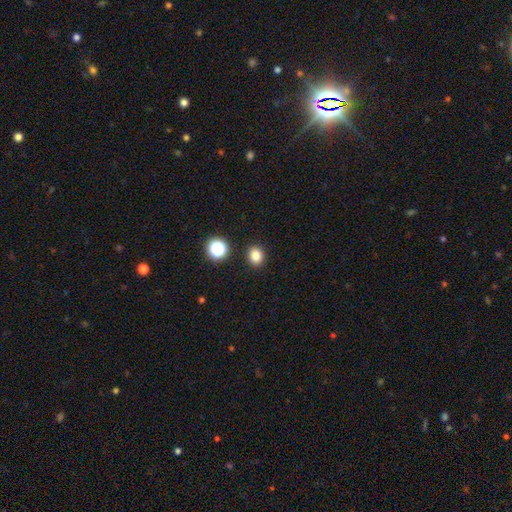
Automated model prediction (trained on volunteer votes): smooth_or_featured: smooth (p=0.82) [alt: star or artifact p=0.13]
how_rounded: round (p=0.70) [alt: in between p=0.29]
merging: none (p=0.90) [alt: minor disturbance p=0.06]